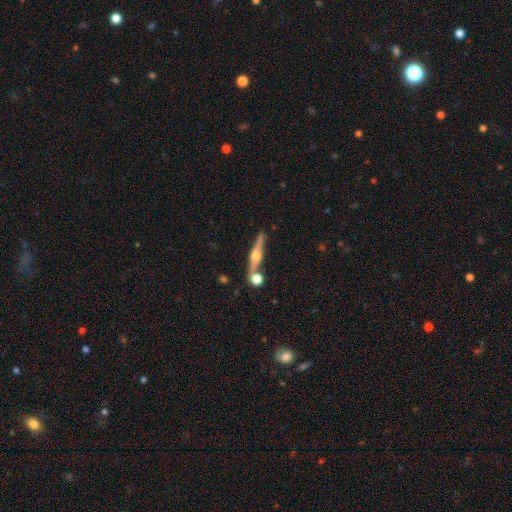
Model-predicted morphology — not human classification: Smooth or featured? Predicted: featured or disk (p=0.77). Edge-on disk? Predicted: yes (p=0.97). Edge-on bulge? Predicted: rounded (p=0.95). Merging? Predicted: none (p=0.78).